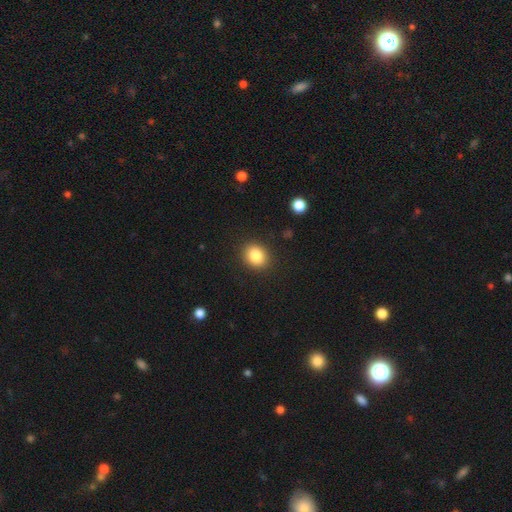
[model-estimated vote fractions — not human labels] smooth 84%, star or artifact 10%, featured or disk 6%. Down the decision tree: how rounded — round (61%); merging — none (89%).